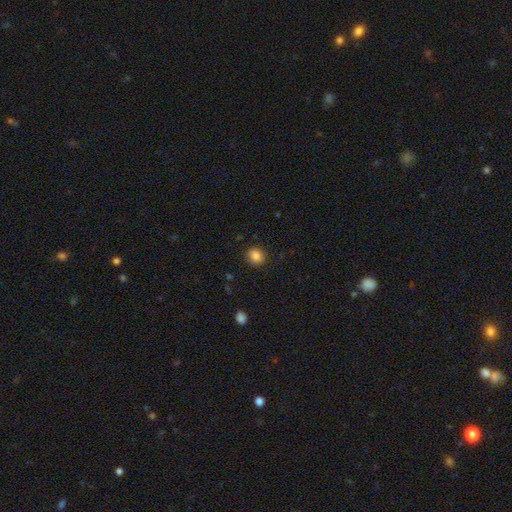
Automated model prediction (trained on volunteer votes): Smooth or featured: smooth — 86% (star or artifact — 11%)
How rounded: round — 83% (in between — 16%)
Merging: none — 89% (minor disturbance — 7%)